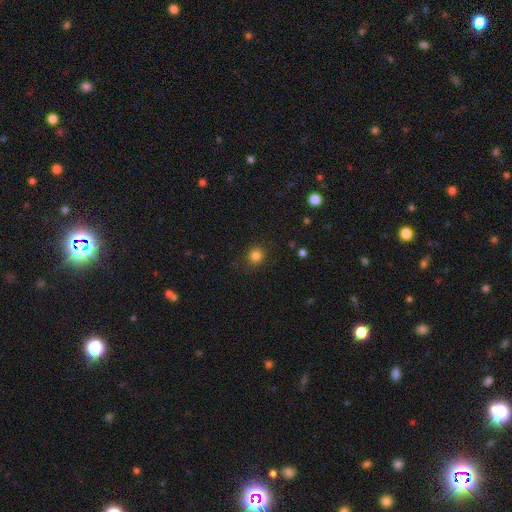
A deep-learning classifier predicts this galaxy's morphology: smooth-or-featured: smooth: 82% | star or artifact: 13% | featured or disk: 5%
  how-rounded: round: 88% | in between: 12% | cigar-shaped: 1%
  merging: none: 85% | minor disturbance: 10% | major disturbance: 3% | merger: 1%